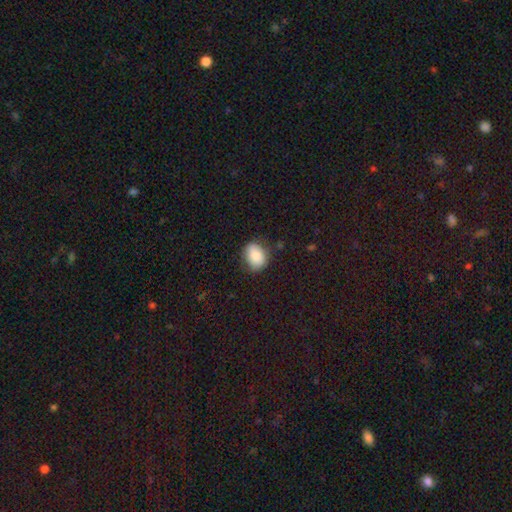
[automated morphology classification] Overall: smooth (83%). How rounded: in between (60%; round 38%). Merging: none (75%).